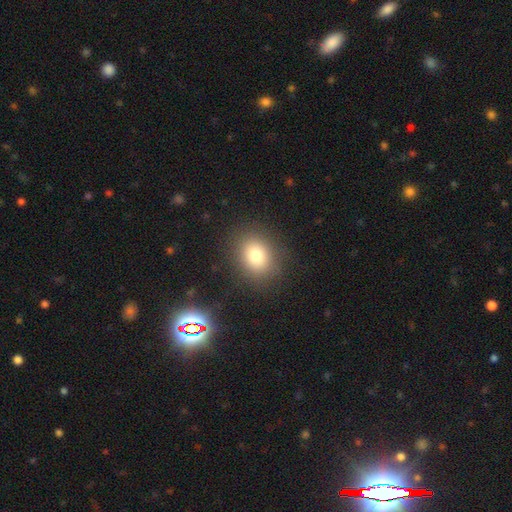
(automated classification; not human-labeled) Smooth or featured? smooth (78%)
How rounded? round (60%)
Merging? none (86%)